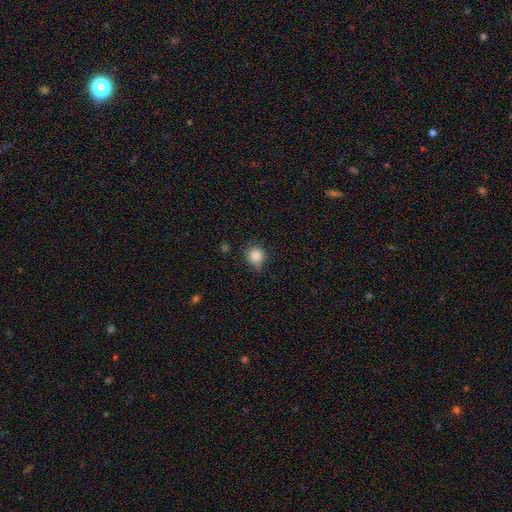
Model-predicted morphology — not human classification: Smooth or featured: smooth — 84% (star or artifact — 10%)
How rounded: round — 87% (in between — 12%)
Merging: none — 65% (minor disturbance — 27%)